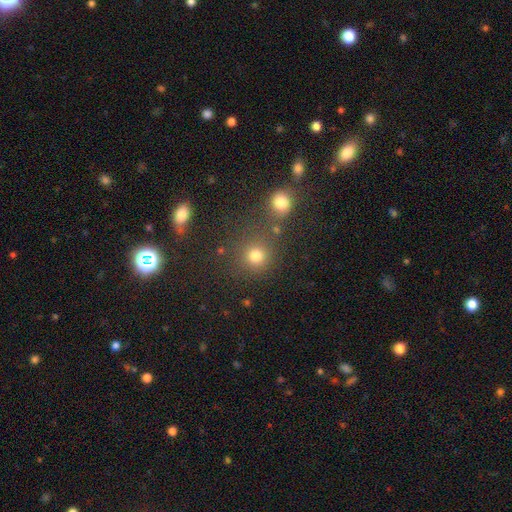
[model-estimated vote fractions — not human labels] smooth_or_featured: smooth (p=0.77) [alt: star or artifact p=0.17]
how_rounded: round (p=0.90) [alt: in between p=0.09]
merging: none (p=0.72) [alt: merger p=0.16]